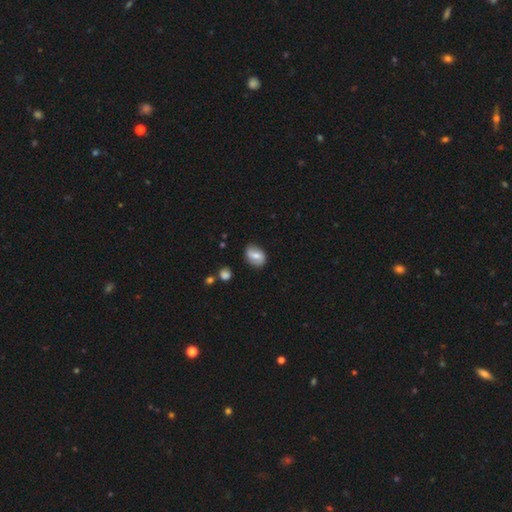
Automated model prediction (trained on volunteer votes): The model was most divided on "smooth or featured": smooth: 56%, featured or disk: 36%, star or artifact: 8%. More confident: merging — none (77%); how rounded — in between (73%).